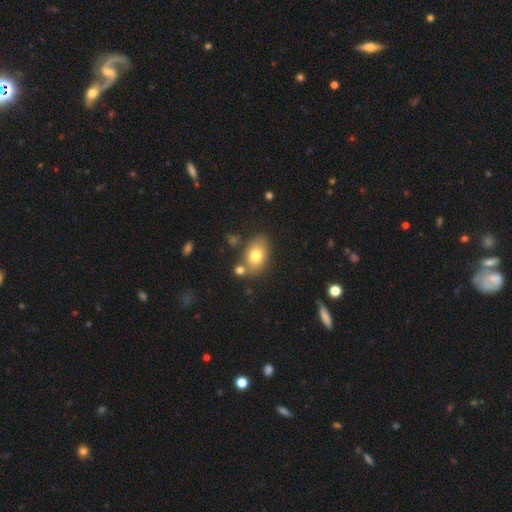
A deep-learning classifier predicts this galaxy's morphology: Smooth or featured? smooth (76%)
How rounded? in between (84%)
Merging? none (69%)